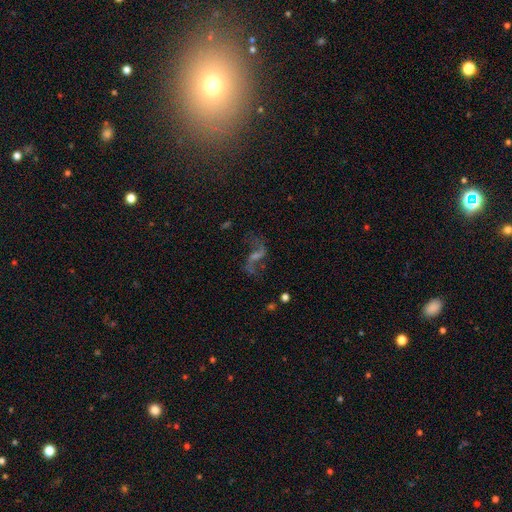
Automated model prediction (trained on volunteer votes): This is likely a featured or disk galaxy (78%). It is clearly not viewed edge-on (95%). Bar: possibly weak (48%). Spiral arm pattern: clearly yes (91%). Spiral arm count: clearly 2 (91%). Spiral winding: clearly loose (86%). Central bulge: marginally small (43%). Merging: likely none (68%).